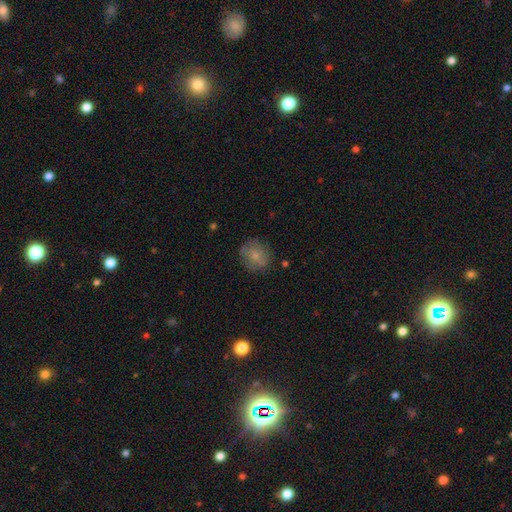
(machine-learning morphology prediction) type=smooth (74%); roundness=round (72%); merging=none (75%).